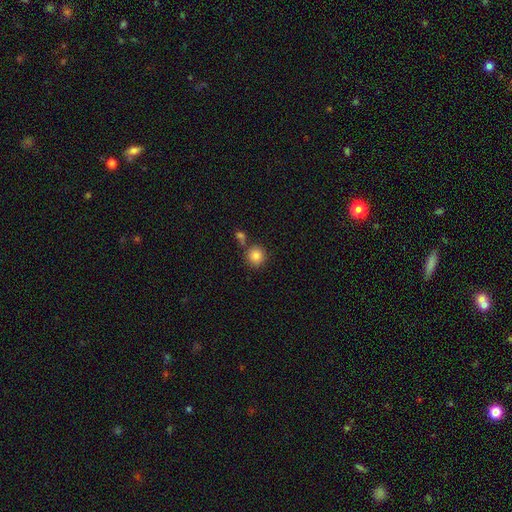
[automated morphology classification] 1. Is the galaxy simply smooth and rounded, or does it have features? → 83% smooth, 10% star or artifact, 6% featured or disk.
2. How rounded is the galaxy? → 93% round, 7% in between, 1% cigar-shaped.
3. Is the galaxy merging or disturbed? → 75% none, 13% merger, 9% minor disturbance, 3% major disturbance.